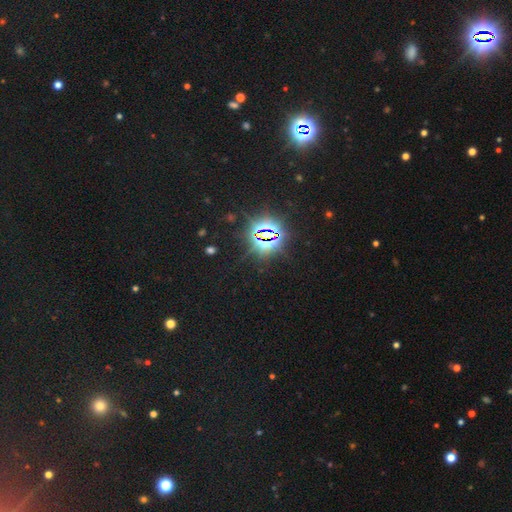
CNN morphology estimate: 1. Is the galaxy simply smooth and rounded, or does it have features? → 84% star or artifact, 10% smooth, 6% featured or disk.